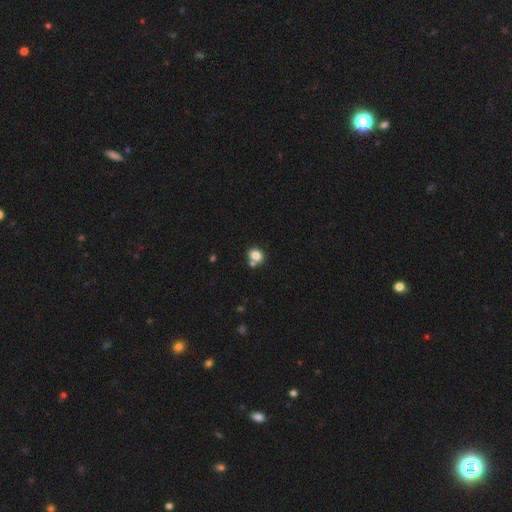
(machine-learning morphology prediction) smooth_or_featured: smooth (p=0.82) [alt: star or artifact p=0.11]
how_rounded: round (p=0.62) [alt: in between p=0.37]
merging: none (p=0.64) [alt: merger p=0.22]